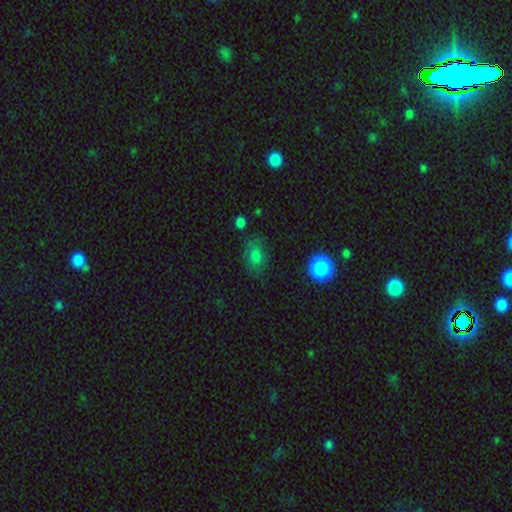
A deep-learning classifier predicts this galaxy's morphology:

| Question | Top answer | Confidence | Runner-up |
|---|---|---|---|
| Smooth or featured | smooth | 77% | star or artifact (14%) |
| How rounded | in between | 70% | round (28%) |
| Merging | none | 71% | minor disturbance (20%) |